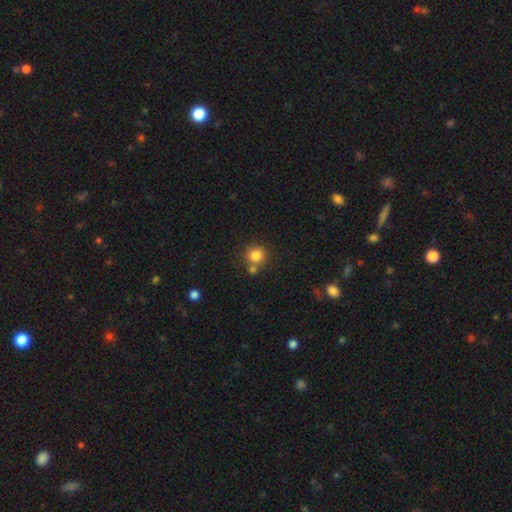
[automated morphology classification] The model was most divided on "merging": none: 68%, merger: 20%, minor disturbance: 10%, major disturbance: 3%. More confident: how rounded — round (90%); smooth or featured — smooth (82%).